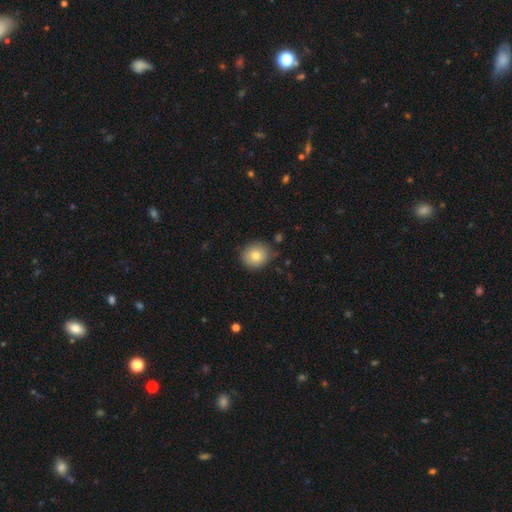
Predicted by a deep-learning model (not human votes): Smooth or featured?
  - smooth: 78% *
  - featured or disk: 12%
  - star or artifact: 10%
How rounded?
  - round: 85% *
  - in between: 15%
  - cigar-shaped: 1%
Merging?
  - none: 84% *
  - minor disturbance: 12%
  - major disturbance: 3%
  - merger: 2%